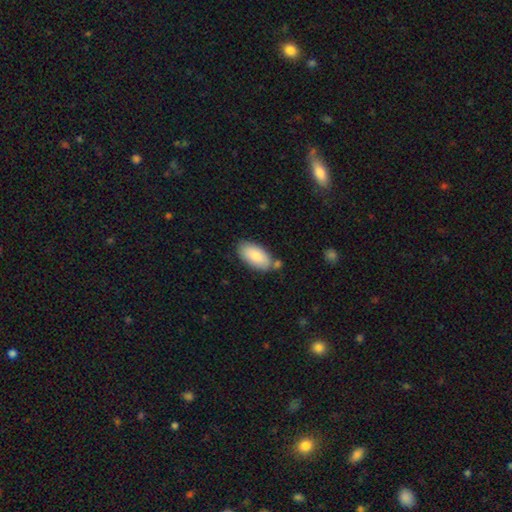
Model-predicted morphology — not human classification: smooth-or-featured: smooth: 83% | featured or disk: 11% | star or artifact: 6%
  how-rounded: in between: 94% | cigar-shaped: 4% | round: 2%
  merging: none: 71% | minor disturbance: 16% | merger: 10% | major disturbance: 3%